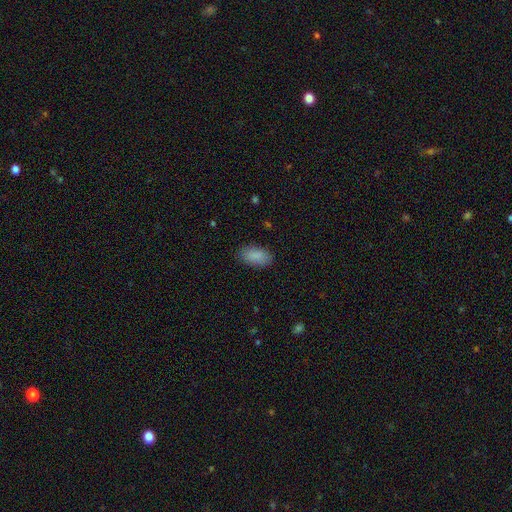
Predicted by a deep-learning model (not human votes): smooth-or-featured: smooth: 89% | star or artifact: 7% | featured or disk: 4%
  how-rounded: in between: 93% | cigar-shaped: 3% | round: 3%
  merging: none: 85% | minor disturbance: 11% | major disturbance: 3% | merger: 1%